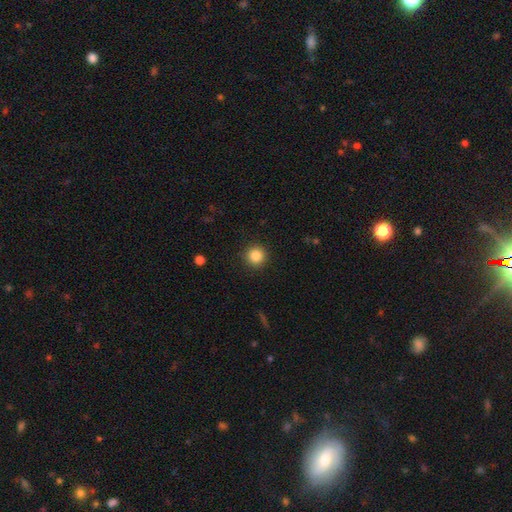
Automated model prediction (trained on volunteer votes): Smooth or featured?
  - smooth: 86% *
  - star or artifact: 10%
  - featured or disk: 4%
How rounded?
  - round: 95% *
  - in between: 4%
  - cigar-shaped: 1%
Merging?
  - none: 92% *
  - minor disturbance: 5%
  - major disturbance: 2%
  - merger: 1%